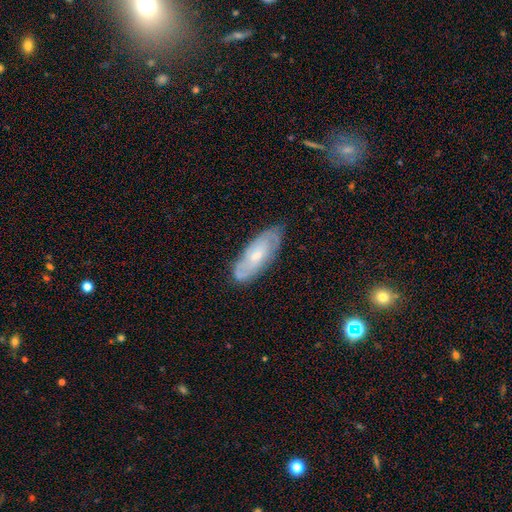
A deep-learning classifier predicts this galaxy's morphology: A featured or disk galaxy (62%) with no bar (65%), spiral arms (80%) and a small central bulge (52%).

Vote fractions:
- Smooth or featured? featured or disk: 62% / smooth: 32% / star or artifact: 7%
- Edge-on disk? no: 86% / yes: 14%
- Bar? no: 65% / weak: 30% / strong: 6%
- Spiral arms? yes: 80% / no: 20%
- Bulge size? small: 52% / moderate: 42% / none: 3% / large: 2% / dominant: 1%
- Merging? none: 77% / minor disturbance: 18% / major disturbance: 4% / merger: 1%